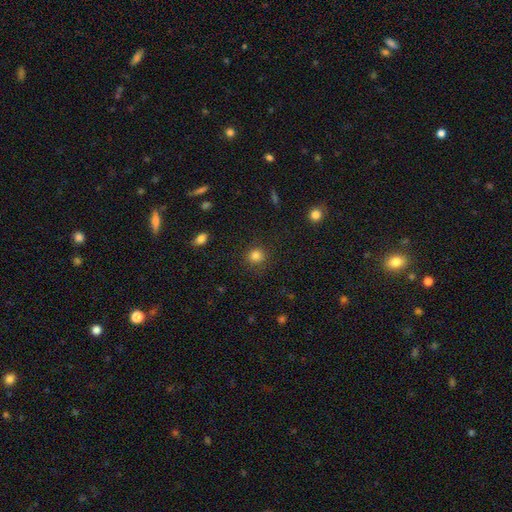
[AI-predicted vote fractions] Smooth or featured? Predicted: smooth (p=0.84). How rounded? Predicted: round (p=0.87). Merging? Predicted: none (p=0.84).